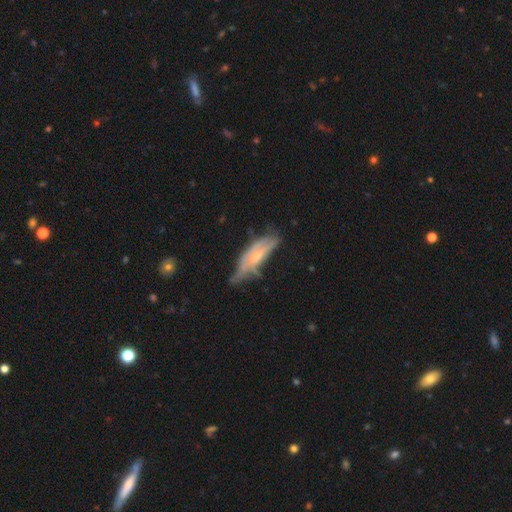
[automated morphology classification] featured or disk 59%, smooth 35%, star or artifact 7%. Down the decision tree: edge-on disk — no (55%); merging — none (41%).